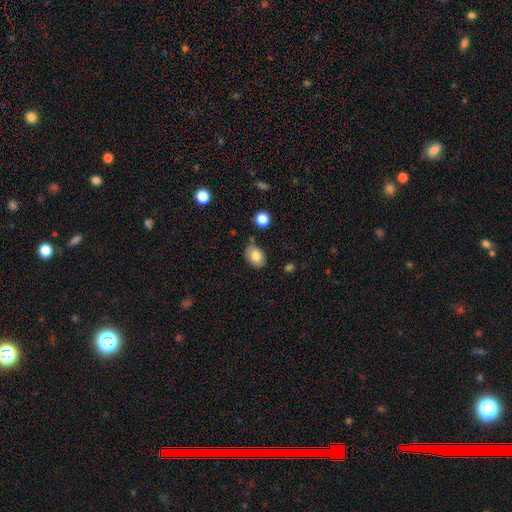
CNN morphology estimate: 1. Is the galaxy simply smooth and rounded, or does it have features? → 81% smooth, 11% featured or disk, 8% star or artifact.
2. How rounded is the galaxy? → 75% in between, 24% round, 1% cigar-shaped.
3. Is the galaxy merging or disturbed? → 76% none, 17% minor disturbance, 4% merger, 3% major disturbance.